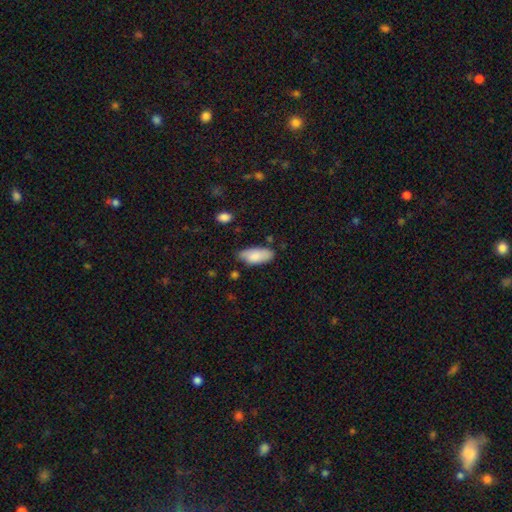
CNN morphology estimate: The model was most divided on "merging": none: 69%, minor disturbance: 25%, major disturbance: 4%, merger: 3%. More confident: how rounded — in between (88%); smooth or featured — smooth (84%).